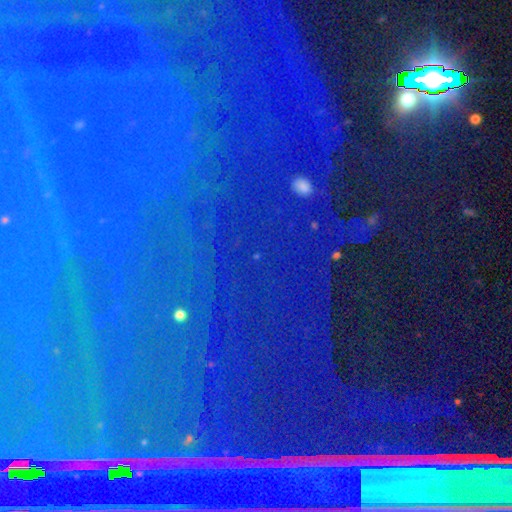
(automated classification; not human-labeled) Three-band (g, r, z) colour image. It shows a star or artifact, not a galaxy (81%).